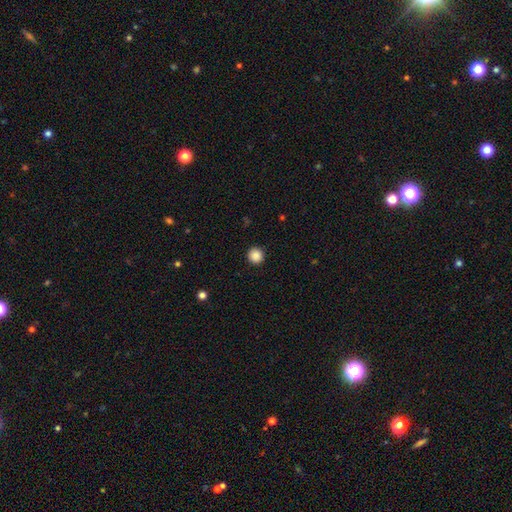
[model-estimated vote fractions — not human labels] Morphology: type=smooth (88%); roundness=round (95%); merging=none (93%).